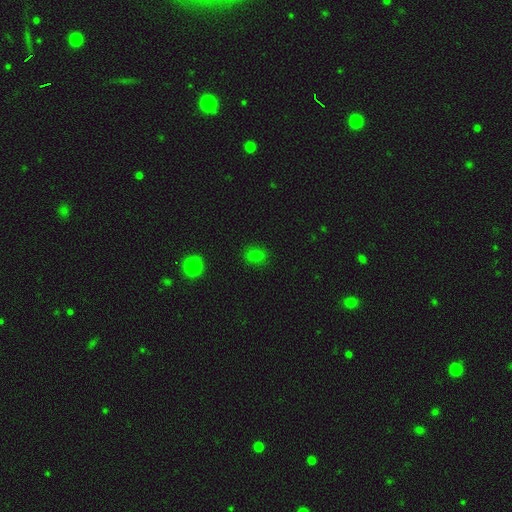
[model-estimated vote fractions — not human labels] Smooth or featured?
  - smooth: 77% *
  - star or artifact: 17%
  - featured or disk: 6%
How rounded?
  - round: 63% *
  - in between: 36%
  - cigar-shaped: 1%
Merging?
  - none: 87% *
  - minor disturbance: 9%
  - major disturbance: 3%
  - merger: 1%